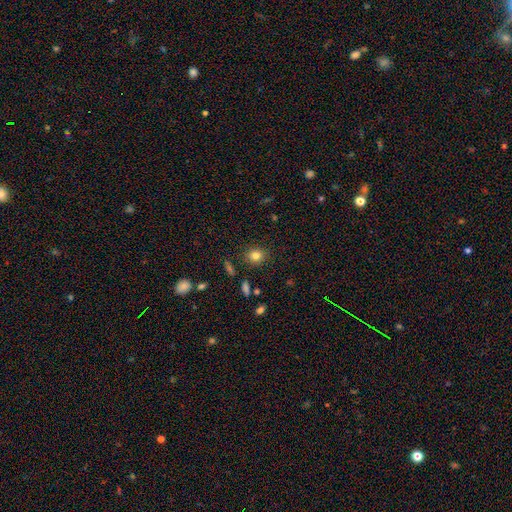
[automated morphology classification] type=smooth (81%); roundness=round (74%); merging=none (87%).